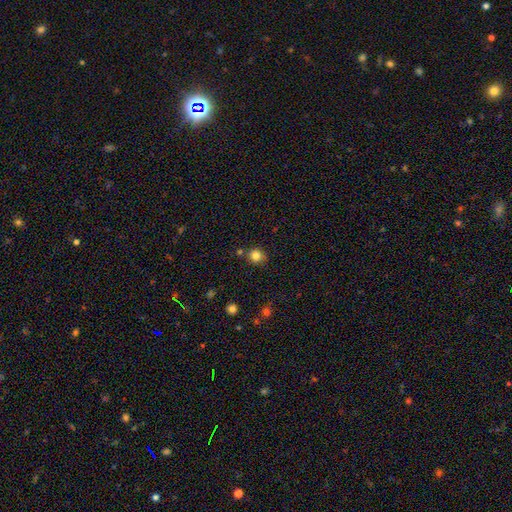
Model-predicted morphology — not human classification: The model was most divided on "merging": none: 78%, minor disturbance: 12%, merger: 7%, major disturbance: 3%. More confident: how rounded — round (84%); smooth or featured — smooth (82%).